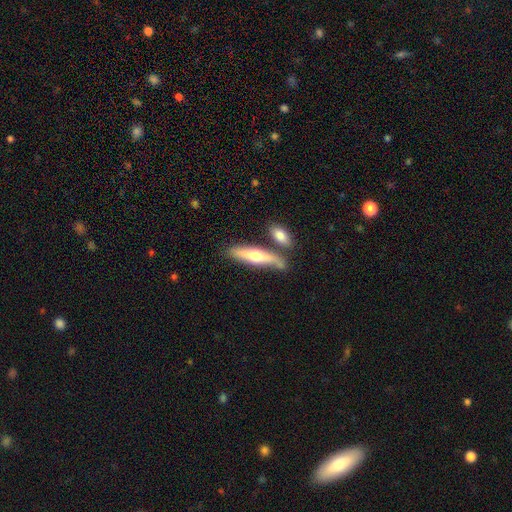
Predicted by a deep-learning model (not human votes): Morphology: type=smooth (54%); roundness=cigar-shaped (74%); merging=none (62%).